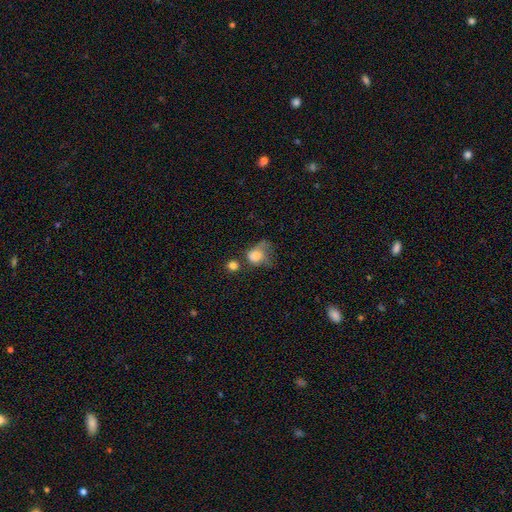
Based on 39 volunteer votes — Smooth or featured? 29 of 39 (74%) said smooth. How rounded? 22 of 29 (76%) said round. Merging? 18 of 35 (51%) said major disturbance.